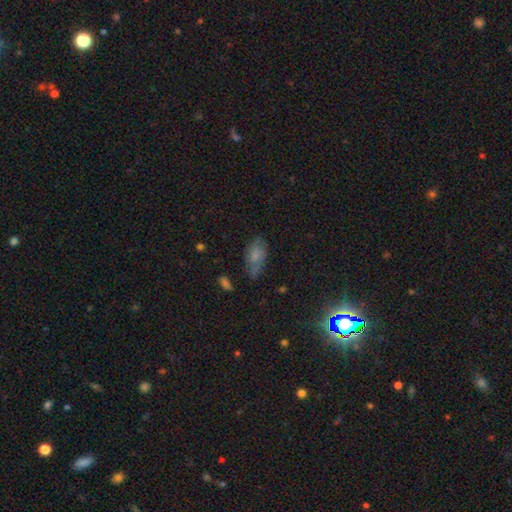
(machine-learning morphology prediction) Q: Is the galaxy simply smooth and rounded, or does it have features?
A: smooth — 58%.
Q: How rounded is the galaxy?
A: in between — 90%.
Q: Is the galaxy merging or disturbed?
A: none — 60%.